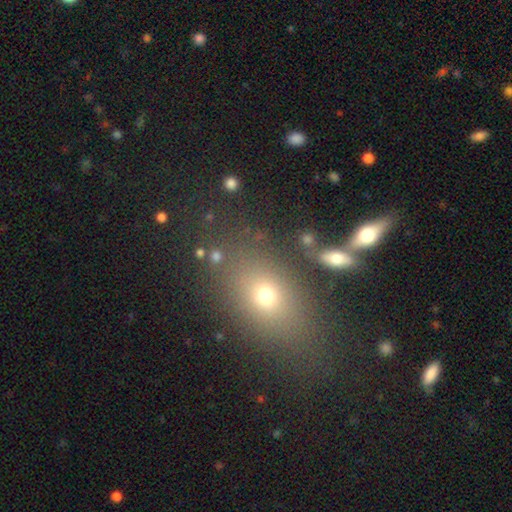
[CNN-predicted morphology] This appears to be a smooth galaxy with no disk features (60%) that is in between round and cigar-shaped (69%). Merging: none (78%).